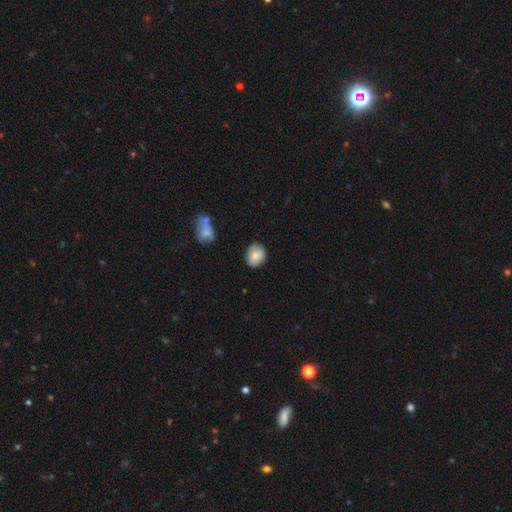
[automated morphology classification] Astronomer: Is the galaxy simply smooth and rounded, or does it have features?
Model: smooth — 84%.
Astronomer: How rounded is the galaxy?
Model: round — 66%.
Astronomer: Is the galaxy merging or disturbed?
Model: none — 81%.